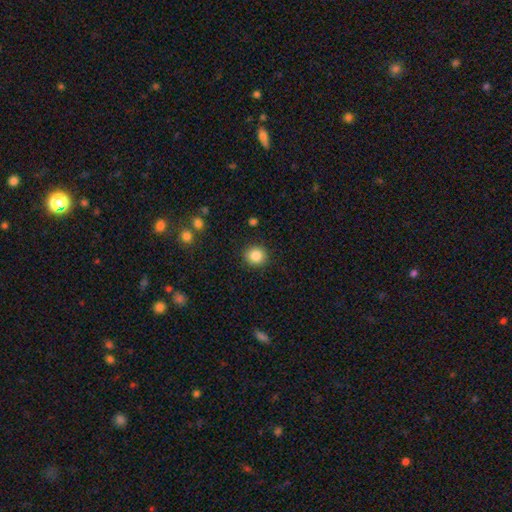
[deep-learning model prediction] Q: Smooth or featured?
A: smooth (86%); runner-up: star or artifact (9%)
Q: How rounded?
A: round (88%); runner-up: in between (11%)
Q: Merging?
A: none (91%); runner-up: minor disturbance (6%)